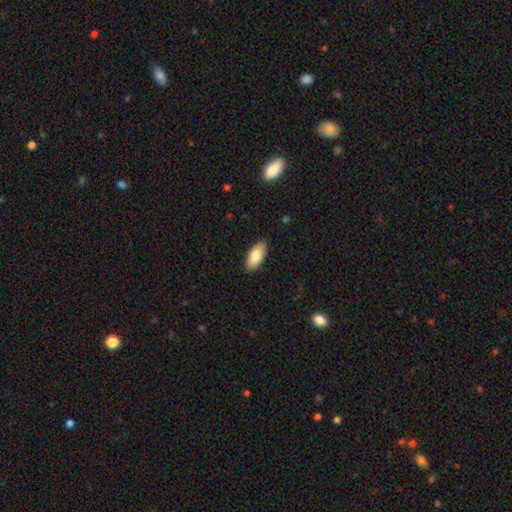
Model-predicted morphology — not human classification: Smooth or featured? Predicted: smooth (p=0.80). How rounded? Predicted: in between (p=0.90). Merging? Predicted: none (p=0.88).